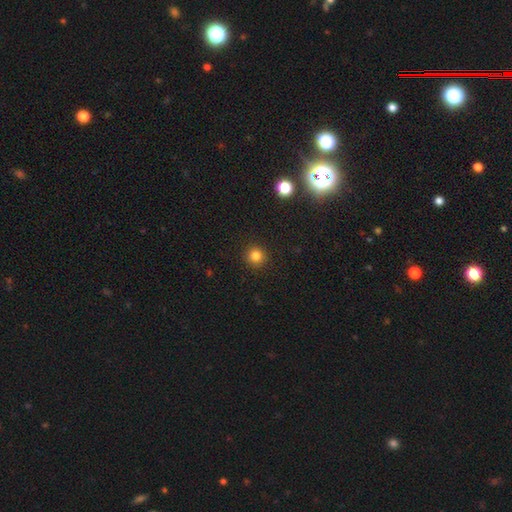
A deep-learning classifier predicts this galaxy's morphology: Smooth or featured: smooth — 82% (star or artifact — 13%)
How rounded: round — 94% (in between — 5%)
Merging: none — 92% (minor disturbance — 5%)